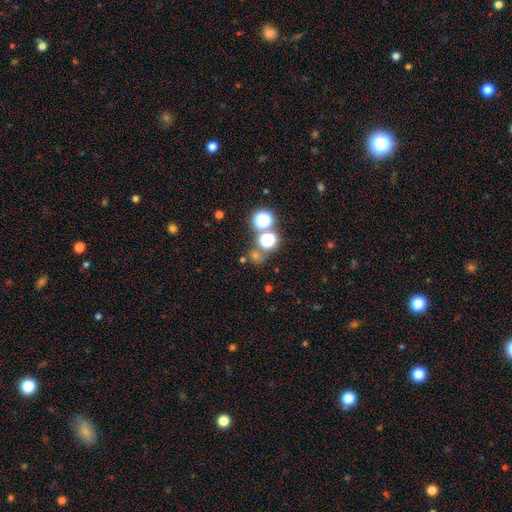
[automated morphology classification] Smooth or featured?
  - star or artifact: 48% *
  - smooth: 43%
  - featured or disk: 9%